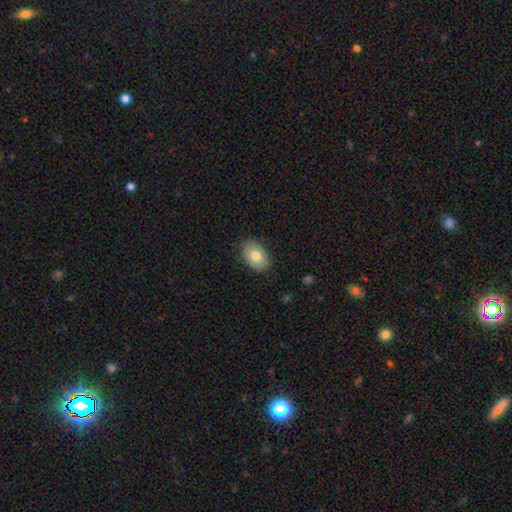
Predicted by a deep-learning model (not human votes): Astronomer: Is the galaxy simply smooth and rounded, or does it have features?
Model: smooth — 77%.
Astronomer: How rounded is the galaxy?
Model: in between — 87%.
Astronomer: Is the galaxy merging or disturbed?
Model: none — 83%.